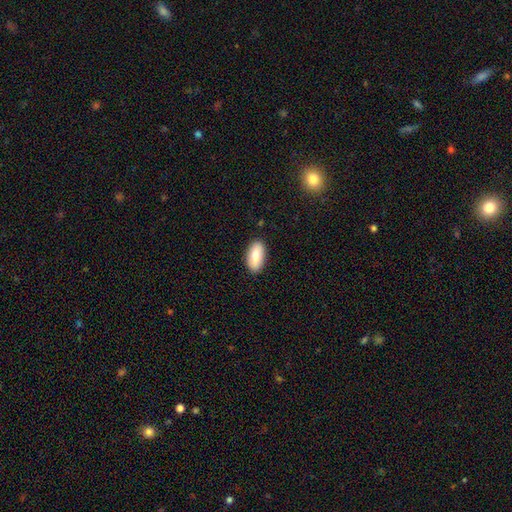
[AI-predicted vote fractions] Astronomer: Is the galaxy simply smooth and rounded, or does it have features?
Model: smooth — 82%.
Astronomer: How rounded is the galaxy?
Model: in between — 90%.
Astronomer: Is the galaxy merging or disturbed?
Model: none — 88%.